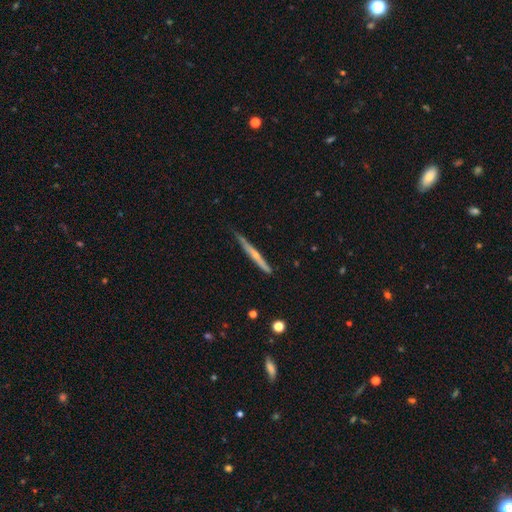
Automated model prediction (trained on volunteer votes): Q: Smooth or featured?
A: featured or disk (62%); runner-up: smooth (32%)
Q: Edge-on disk?
A: yes (97%); runner-up: no (3%)
Q: Edge-on bulge?
A: rounded (59%); runner-up: none (37%)
Q: Merging?
A: none (72%); runner-up: minor disturbance (23%)